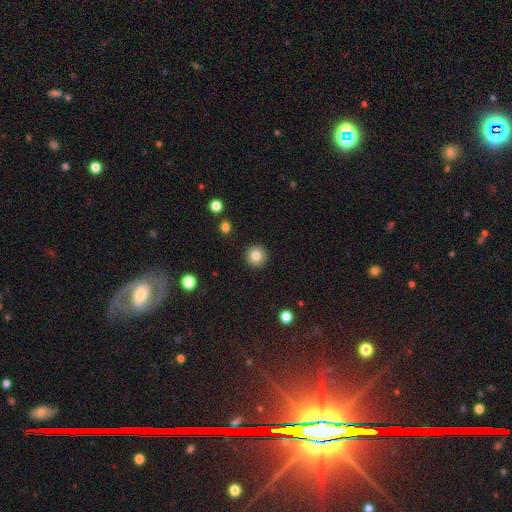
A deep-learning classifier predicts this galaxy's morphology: smooth_or_featured: smooth (p=0.83) [alt: star or artifact p=0.10]
how_rounded: round (p=0.95) [alt: in between p=0.04]
merging: none (p=0.92) [alt: minor disturbance p=0.05]